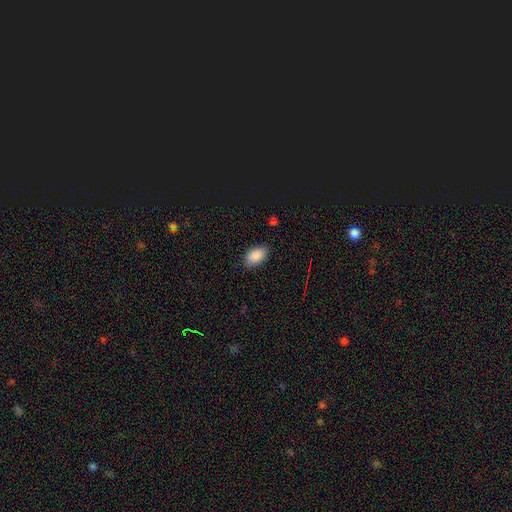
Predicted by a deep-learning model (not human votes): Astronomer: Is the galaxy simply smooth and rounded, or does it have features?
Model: smooth — 89%.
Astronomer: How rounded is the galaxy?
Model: in between — 92%.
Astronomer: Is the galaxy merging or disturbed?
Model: none — 83%.